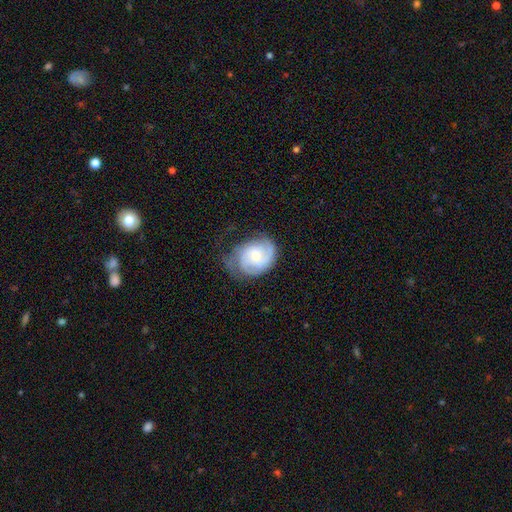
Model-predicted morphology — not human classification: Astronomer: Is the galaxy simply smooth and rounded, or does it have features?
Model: featured or disk — 73%.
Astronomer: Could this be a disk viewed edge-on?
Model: no — 98%.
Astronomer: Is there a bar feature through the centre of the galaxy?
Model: no — 65%.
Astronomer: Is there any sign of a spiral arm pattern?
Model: yes — 93%.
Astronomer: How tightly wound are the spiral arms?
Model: tight — 54% (runner-up: medium, 35%).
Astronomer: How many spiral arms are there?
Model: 2 — 44% (runner-up: can't tell, 25%).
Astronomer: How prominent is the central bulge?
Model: moderate — 48% (runner-up: small, 46%).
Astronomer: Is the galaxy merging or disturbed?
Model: none — 54% (runner-up: minor disturbance, 29%).